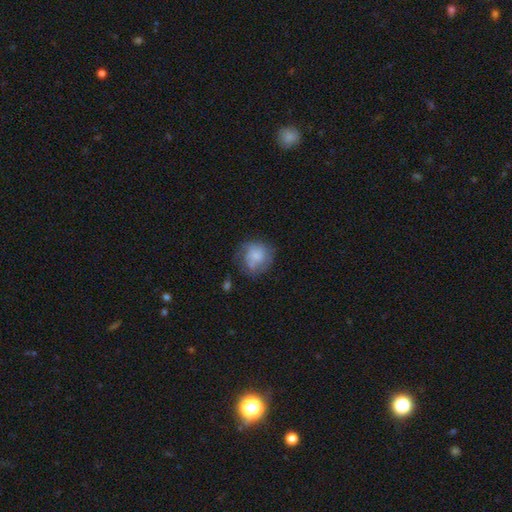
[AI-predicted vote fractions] Overall: smooth (62%; featured or disk 30%). How rounded: round (80%). Merging: none (53%; minor disturbance 25%).